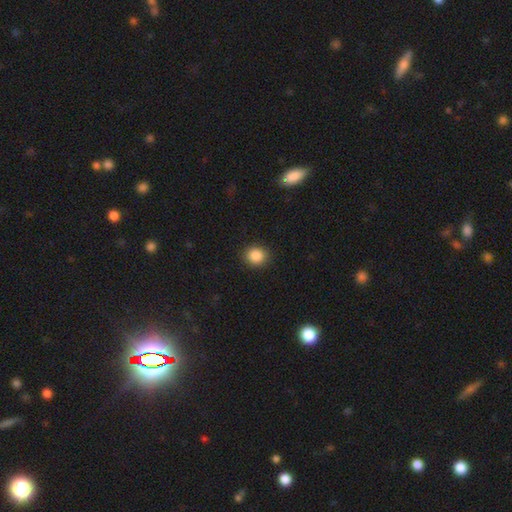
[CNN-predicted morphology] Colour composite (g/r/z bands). It shows a smooth galaxy with no disk features (87%) that is round (81%). Merging: none (90%).